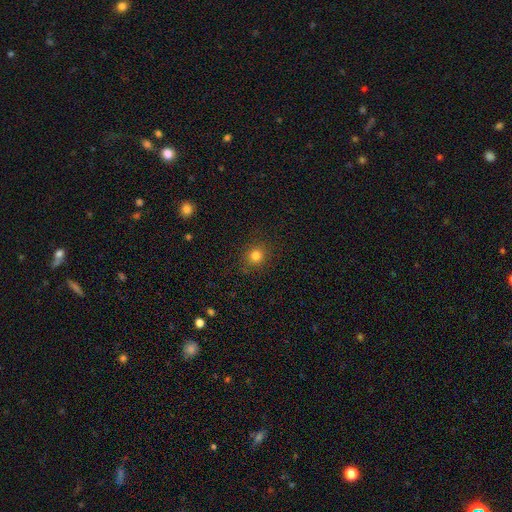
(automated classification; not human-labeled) The model was most divided on "smooth or featured": smooth: 81%, star or artifact: 13%, featured or disk: 5%. More confident: merging — none (89%); how rounded — round (86%).